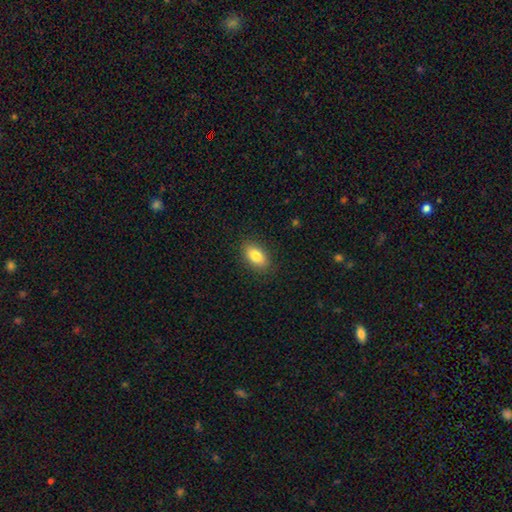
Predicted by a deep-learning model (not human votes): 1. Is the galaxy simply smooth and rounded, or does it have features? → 83% smooth, 9% featured or disk, 8% star or artifact.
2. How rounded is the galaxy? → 90% in between, 6% round, 4% cigar-shaped.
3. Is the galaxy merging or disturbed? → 88% none, 9% minor disturbance, 2% major disturbance, 1% merger.